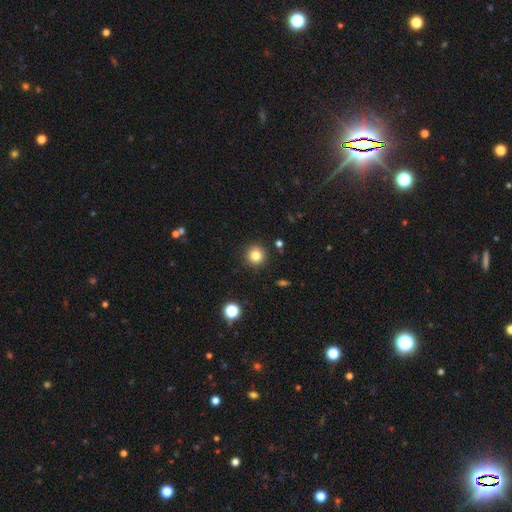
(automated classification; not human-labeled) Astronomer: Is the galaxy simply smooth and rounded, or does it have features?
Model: smooth — 82%.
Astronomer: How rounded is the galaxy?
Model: round — 94%.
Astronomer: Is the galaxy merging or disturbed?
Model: none — 90%.